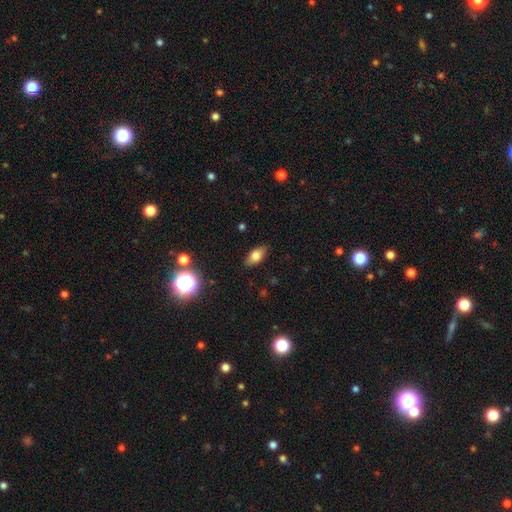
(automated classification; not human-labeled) This appears to be a smooth galaxy with no disk features (75%) that is in between round and cigar-shaped (86%). Merging: none (86%).